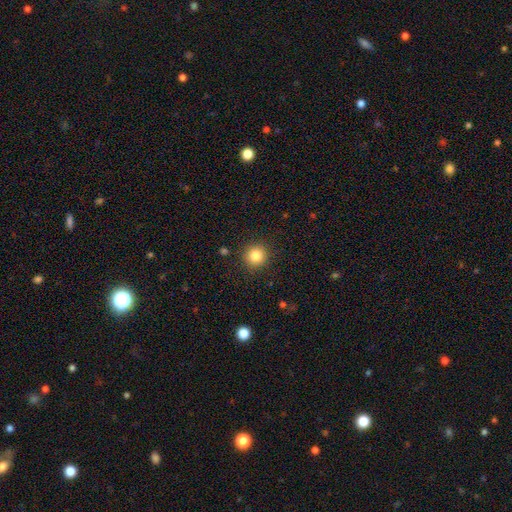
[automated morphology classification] Smooth or featured? Predicted: smooth (p=0.84). How rounded? Predicted: round (p=0.93). Merging? Predicted: none (p=0.91).